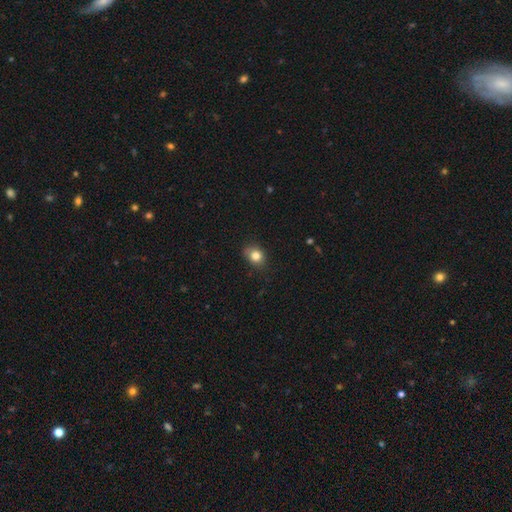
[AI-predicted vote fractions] smooth_or_featured: smooth (p=0.82) [alt: star or artifact p=0.10]
how_rounded: in between (p=0.50) [alt: round p=0.49]
merging: none (p=0.74) [alt: minor disturbance p=0.21]